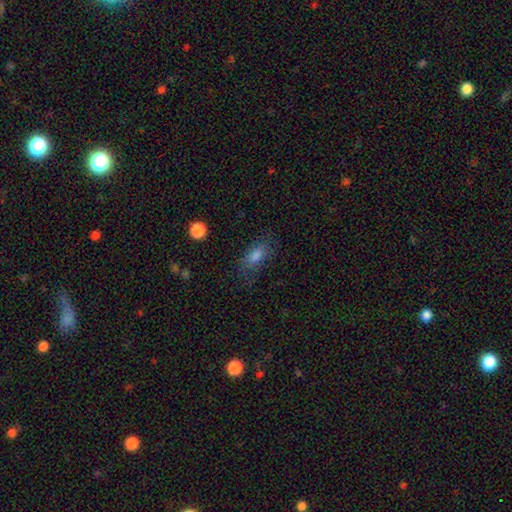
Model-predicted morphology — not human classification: Q: Smooth or featured?
A: smooth (78%); runner-up: featured or disk (12%)
Q: How rounded?
A: in between (79%); runner-up: cigar-shaped (15%)
Q: Merging?
A: none (72%); runner-up: minor disturbance (18%)